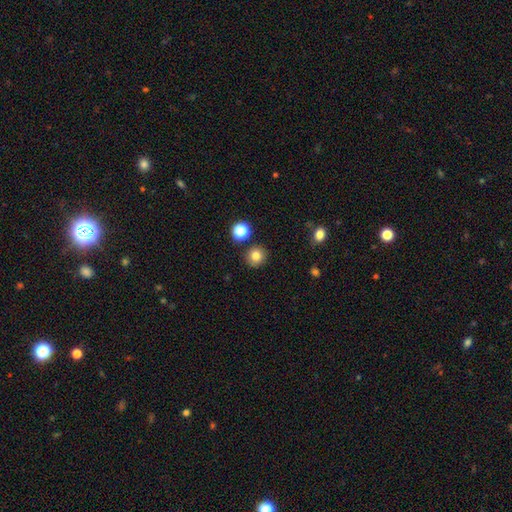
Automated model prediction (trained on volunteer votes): smooth-or-featured: smooth: 80% | star or artifact: 13% | featured or disk: 7%
  how-rounded: round: 92% | in between: 7% | cigar-shaped: 1%
  merging: none: 88% | minor disturbance: 7% | merger: 4% | major disturbance: 2%